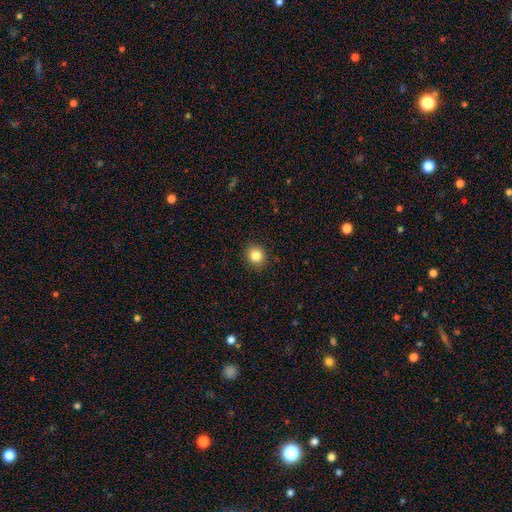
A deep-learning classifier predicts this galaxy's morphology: Smooth or featured?
  - smooth: 84% *
  - star or artifact: 10%
  - featured or disk: 5%
How rounded?
  - round: 83% *
  - in between: 16%
  - cigar-shaped: 1%
Merging?
  - none: 91% *
  - minor disturbance: 6%
  - major disturbance: 2%
  - merger: 1%